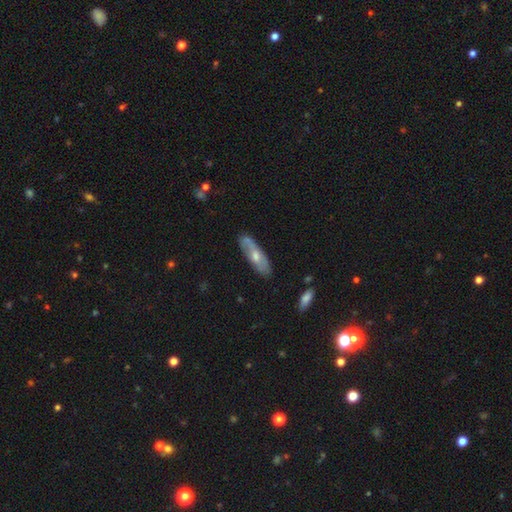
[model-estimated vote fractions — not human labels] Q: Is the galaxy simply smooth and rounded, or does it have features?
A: featured or disk — 55%.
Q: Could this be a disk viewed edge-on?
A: no — 60%.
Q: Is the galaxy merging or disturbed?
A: none — 78%.